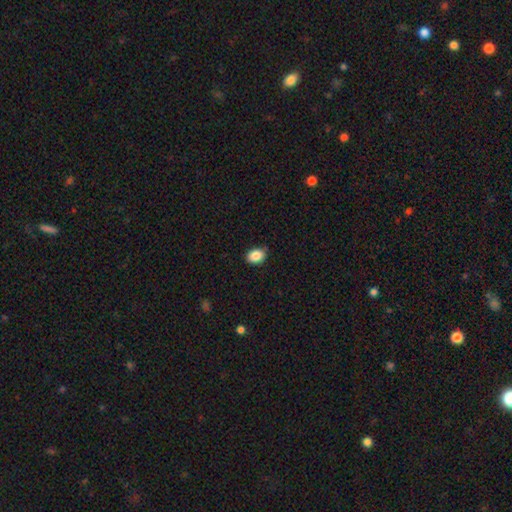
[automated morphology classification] smooth 87%, star or artifact 8%, featured or disk 4%. Down the decision tree: how rounded — in between (70%); merging — none (82%).